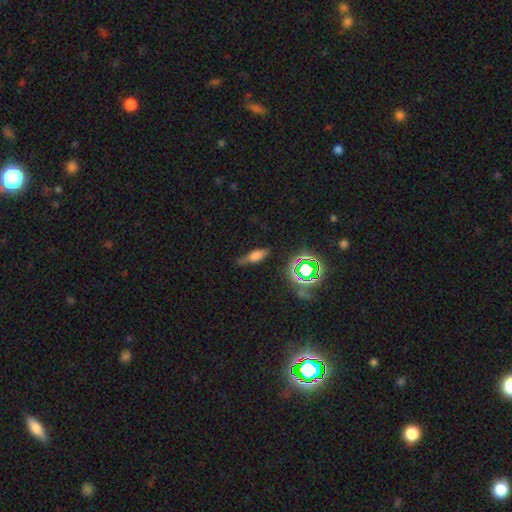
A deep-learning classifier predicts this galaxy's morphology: This is possibly a smooth galaxy (58%). How rounded: possibly in between (52%). Merging: likely none (61%).